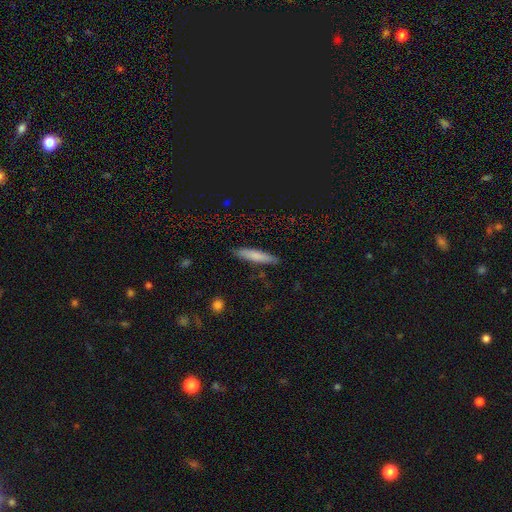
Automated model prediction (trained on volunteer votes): A smooth galaxy with no disk features (76%) that is cigar-shaped (90%). Merging: none (89%).